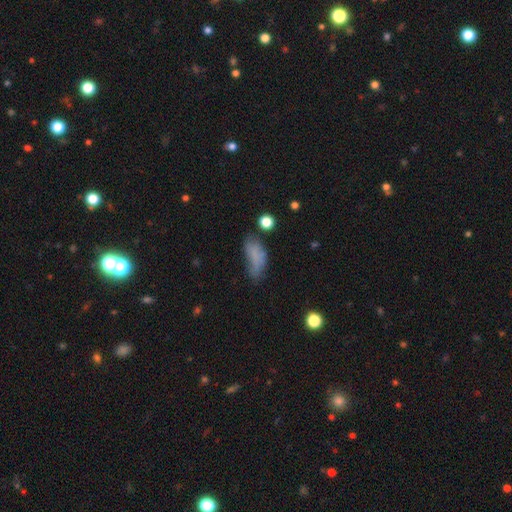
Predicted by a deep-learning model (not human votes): The model was most divided on "merging": none: 37%, minor disturbance: 33%, major disturbance: 24%, merger: 6%. More confident: how rounded — in between (82%); smooth or featured — smooth (71%).